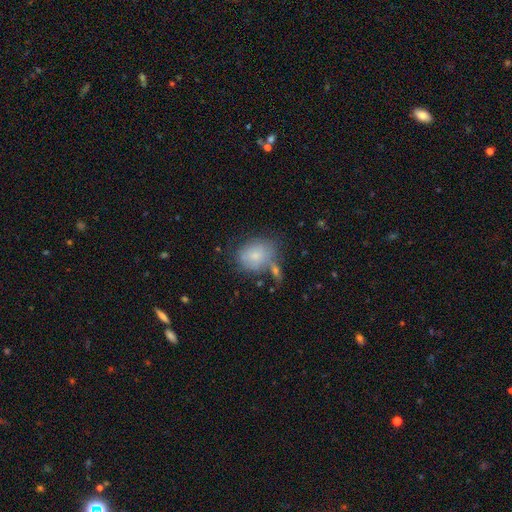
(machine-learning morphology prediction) Smooth or featured?
  - smooth: 71% *
  - featured or disk: 20%
  - star or artifact: 9%
How rounded?
  - round: 51% *
  - in between: 47%
  - cigar-shaped: 1%
Merging?
  - none: 51% *
  - minor disturbance: 23%
  - merger: 14%
  - major disturbance: 11%